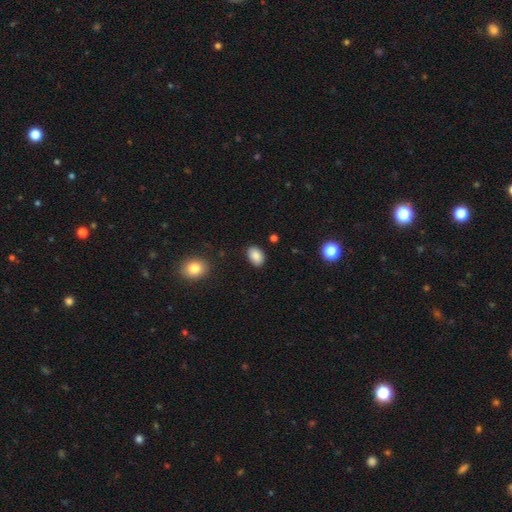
smooth_or_featured: smooth (p=0.95) [alt: star or artifact p=0.05]
how_rounded: in between (p=0.74) [alt: round p=0.26]
merging: none (p=0.83) [alt: minor disturbance p=0.17]